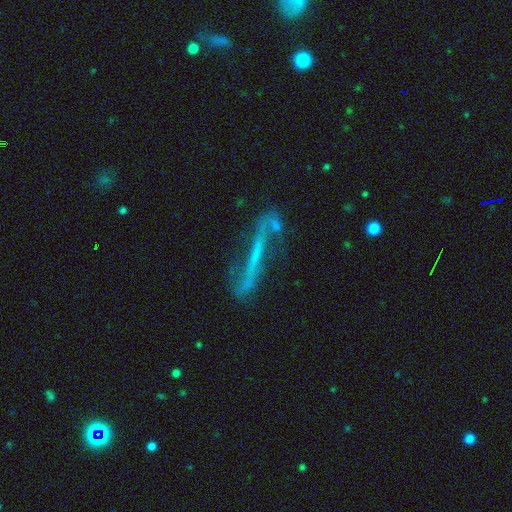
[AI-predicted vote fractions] Overall: featured or disk (62%; smooth 25%). Edge-on disk: yes (54%; no 46%). Merging: none (50%; minor disturbance 23%).